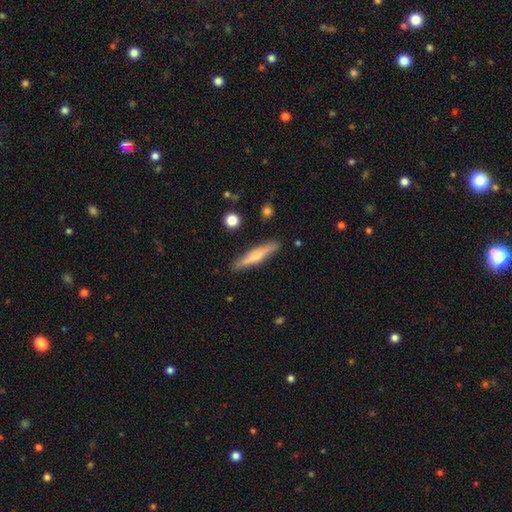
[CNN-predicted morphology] smooth_or_featured: smooth (p=0.50) [alt: featured or disk p=0.44]
merging: none (p=0.86) [alt: minor disturbance p=0.10]